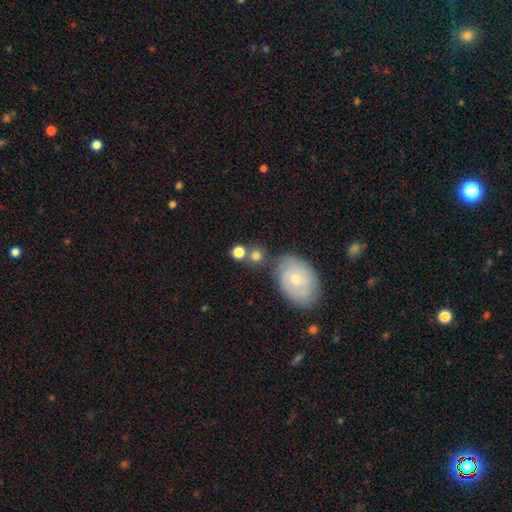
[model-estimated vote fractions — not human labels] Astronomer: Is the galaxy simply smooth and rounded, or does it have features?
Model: smooth — 76%.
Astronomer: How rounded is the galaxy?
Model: round — 81%.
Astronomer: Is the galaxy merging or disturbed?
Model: none — 62%.